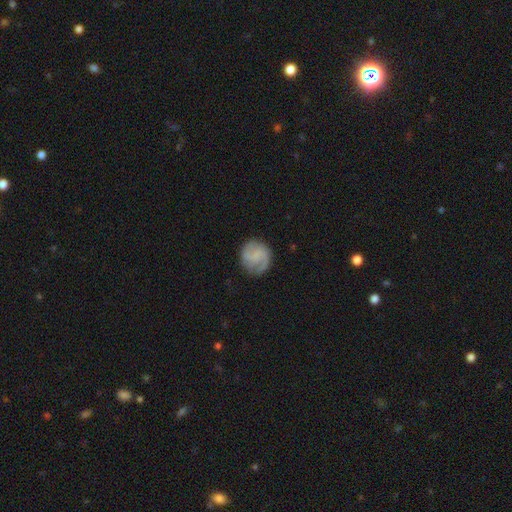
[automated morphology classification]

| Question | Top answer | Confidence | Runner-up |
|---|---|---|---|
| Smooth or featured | featured or disk | 60% | smooth (33%) |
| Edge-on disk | no | 98% | yes (2%) |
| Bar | no | 54% | weak (38%) |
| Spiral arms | yes | 92% | no (8%) |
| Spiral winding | medium | 46% | tight (32%) |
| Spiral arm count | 2 | 74% | can't tell (10%) |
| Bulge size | none | 56% | small (28%) |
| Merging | none | 78% | minor disturbance (14%) |